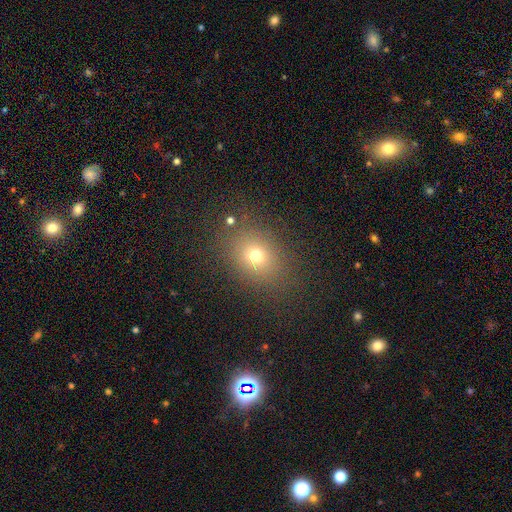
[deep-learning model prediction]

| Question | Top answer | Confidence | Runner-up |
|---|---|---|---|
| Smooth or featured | smooth | 70% | star or artifact (19%) |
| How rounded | in between | 49% | tied: round (49%) |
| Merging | none | 82% | minor disturbance (11%) |